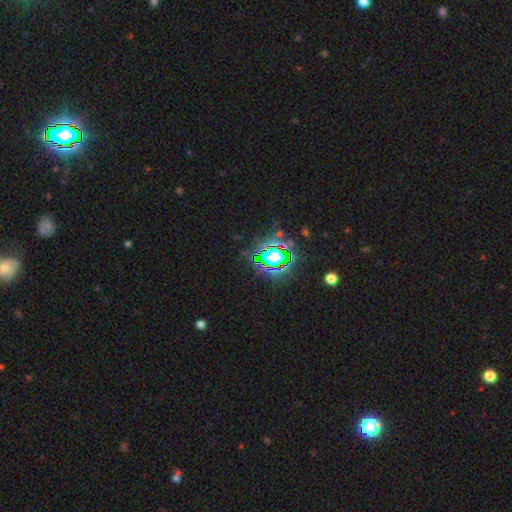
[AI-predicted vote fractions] smooth_or_featured: star or artifact (p=0.82) [alt: smooth p=0.11]